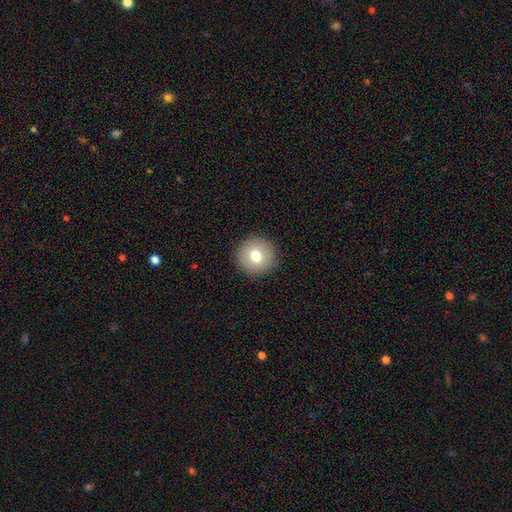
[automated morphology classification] Q: Smooth or featured?
A: smooth (75%); runner-up: featured or disk (16%)
Q: How rounded?
A: round (94%); runner-up: in between (5%)
Q: Merging?
A: none (92%); runner-up: minor disturbance (5%)